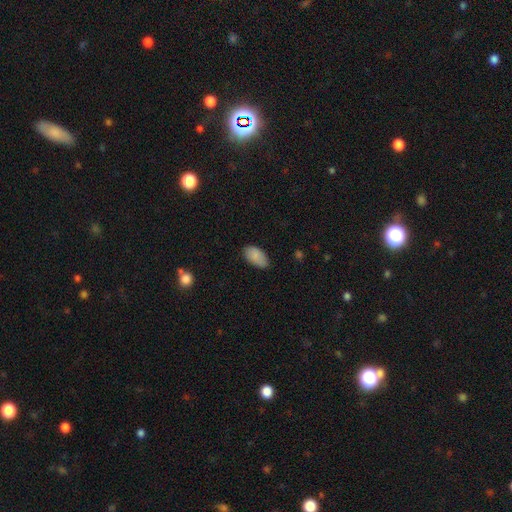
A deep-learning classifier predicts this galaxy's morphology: smooth 86%, featured or disk 7%, star or artifact 7%. Down the decision tree: how rounded — in between (94%); merging — none (77%).